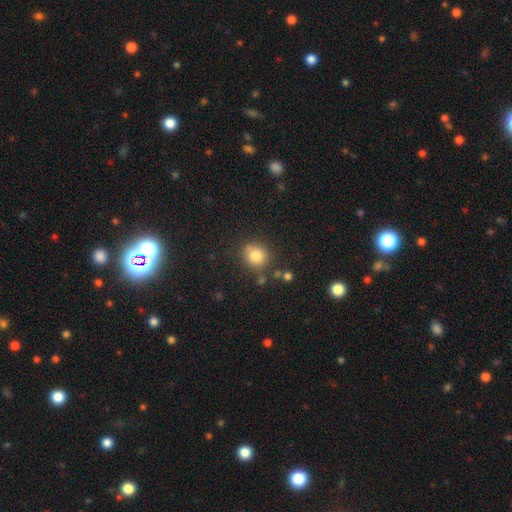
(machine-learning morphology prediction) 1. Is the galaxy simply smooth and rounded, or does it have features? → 81% smooth, 11% star or artifact, 7% featured or disk.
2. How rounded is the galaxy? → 80% round, 19% in between, 1% cigar-shaped.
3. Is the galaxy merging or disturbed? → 75% none, 14% minor disturbance, 7% merger, 4% major disturbance.